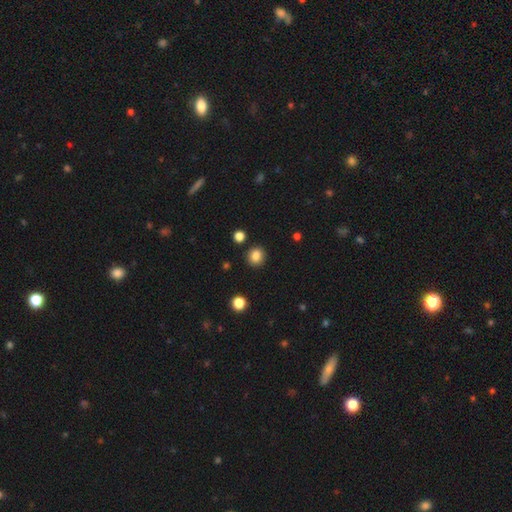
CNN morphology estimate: type=smooth (85%); roundness=round (88%); merging=none (90%).